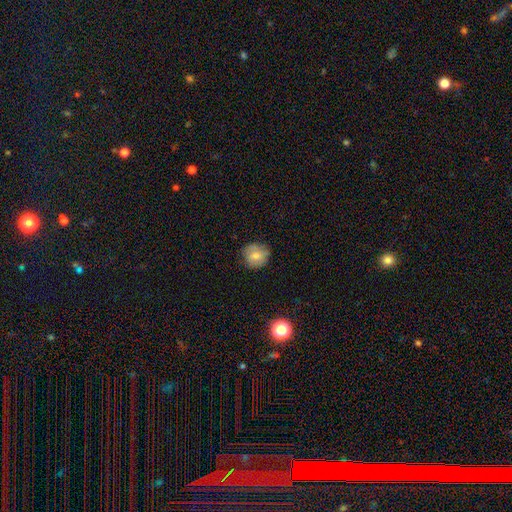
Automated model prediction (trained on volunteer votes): smooth-or-featured: smooth: 70% | featured or disk: 20% | star or artifact: 10%
  how-rounded: round: 85% | in between: 14% | cigar-shaped: 1%
  merging: none: 77% | minor disturbance: 18% | major disturbance: 4% | merger: 1%